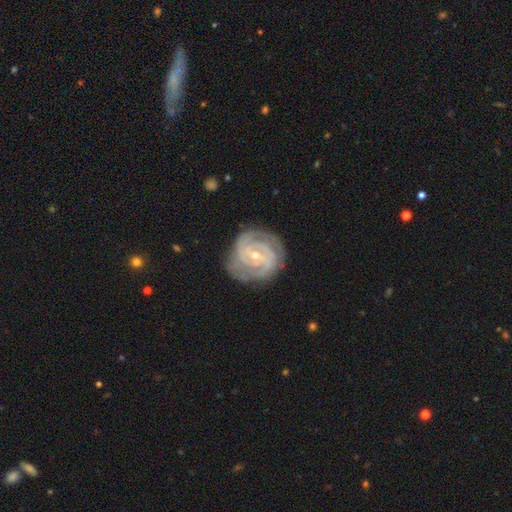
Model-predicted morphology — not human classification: The model was most divided on "bar": weak: 43%, no: 38%, strong: 19%. Remaining: spiral arms — yes (98%); edge-on disk — no (98%); smooth or featured — featured or disk (90%); merging — none (78%); spiral winding — tight (74%); bulge size — small (66%); spiral arm count — 2 (33%).